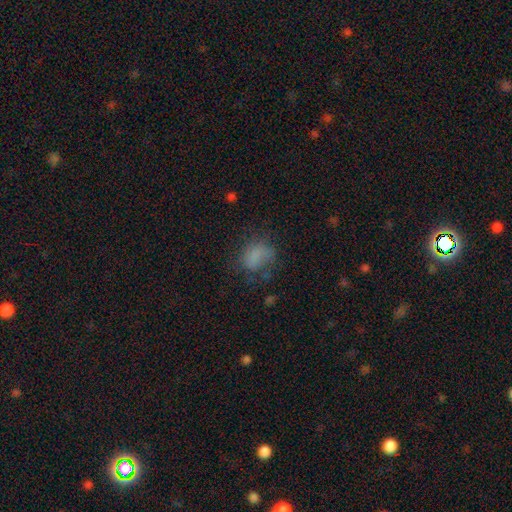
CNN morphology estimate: Q: Smooth or featured?
A: smooth (71%); runner-up: featured or disk (16%)
Q: How rounded?
A: in between (59%); runner-up: round (39%)
Q: Merging?
A: none (48%); runner-up: minor disturbance (25%)